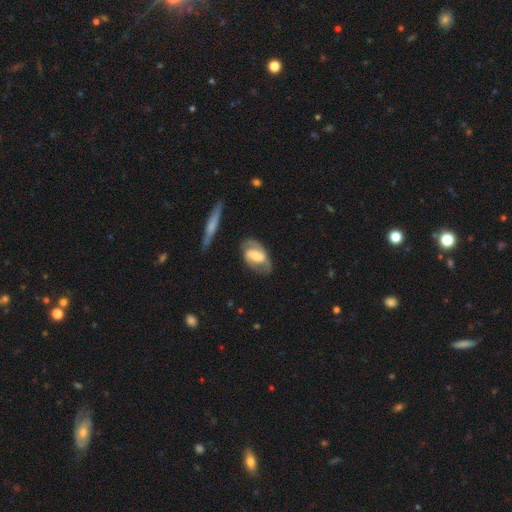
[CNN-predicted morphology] Smooth or featured? featured or disk (68%)
Edge-on disk? no (93%)
Bar? weak (42%)
Spiral arms? yes (82%)
Spiral winding? medium (46%)
Spiral arm count? 2 (82%)
Bulge size? moderate (51%)
Merging? none (73%)